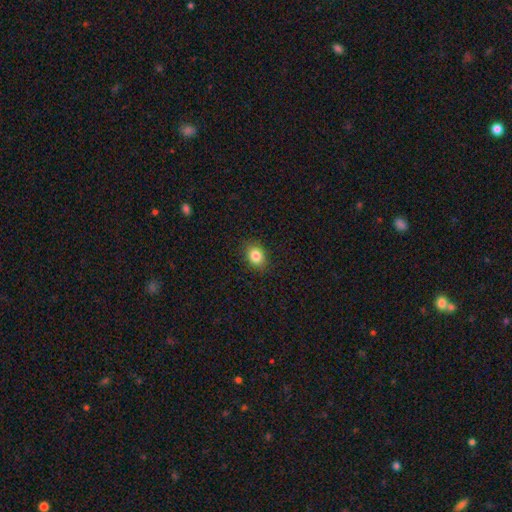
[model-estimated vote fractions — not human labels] smooth_or_featured: smooth (p=0.84) [alt: star or artifact p=0.10]
how_rounded: in between (p=0.54) [alt: round p=0.45]
merging: none (p=0.88) [alt: minor disturbance p=0.08]